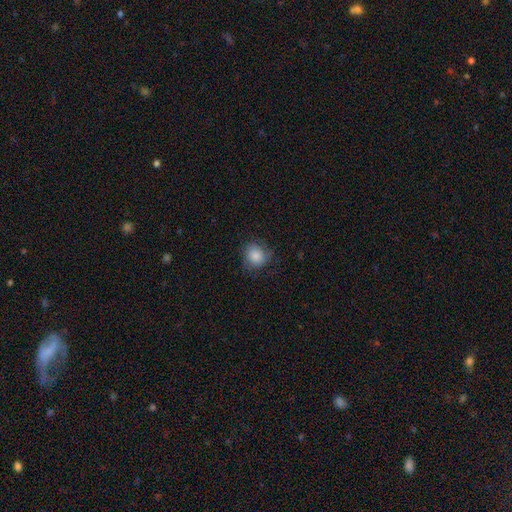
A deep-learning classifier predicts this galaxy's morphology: smooth_or_featured: smooth (p=0.83) [alt: featured or disk p=0.08]
how_rounded: round (p=0.79) [alt: in between p=0.20]
merging: none (p=0.72) [alt: minor disturbance p=0.20]